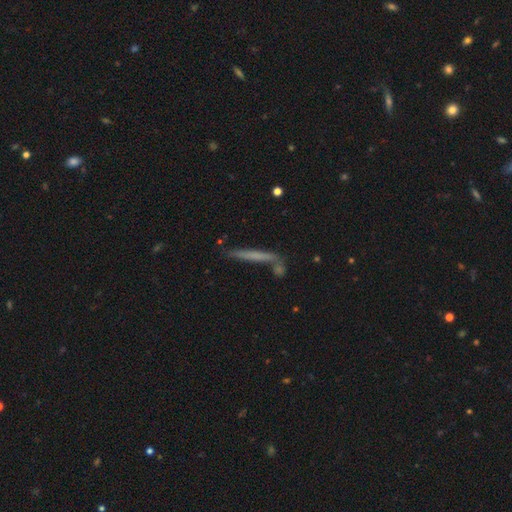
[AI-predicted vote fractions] smooth_or_featured: smooth (p=0.56) [alt: featured or disk p=0.35]
how_rounded: cigar-shaped (p=0.95) [alt: in between p=0.03]
merging: none (p=0.74) [alt: minor disturbance p=0.12]